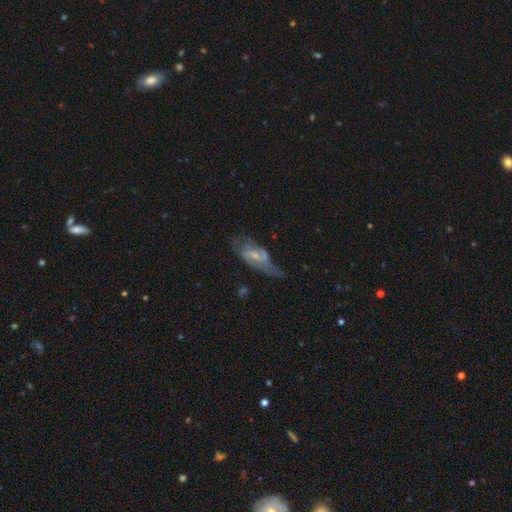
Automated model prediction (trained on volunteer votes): smooth_or_featured: featured or disk (p=0.74) [alt: smooth p=0.19]
disk_edge_on: no (p=0.91) [alt: yes p=0.09]
bar: weak (p=0.53) [alt: no p=0.25]
has_spiral_arms: yes (p=0.86) [alt: no p=0.14]
spiral_winding: medium (p=0.46) [alt: loose p=0.34]
spiral_arm_count: 2 (p=0.76) [alt: can't tell p=0.13]
bulge_size: small (p=0.52) [alt: moderate p=0.33]
merging: none (p=0.48) [alt: minor disturbance p=0.27]